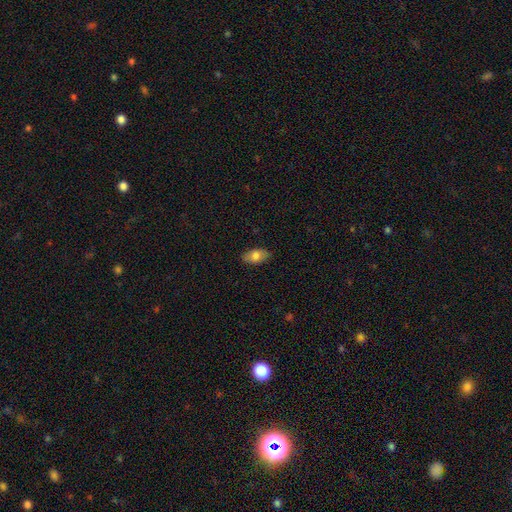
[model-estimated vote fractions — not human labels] Overall: smooth (78%). How rounded: in between (92%). Merging: none (86%).